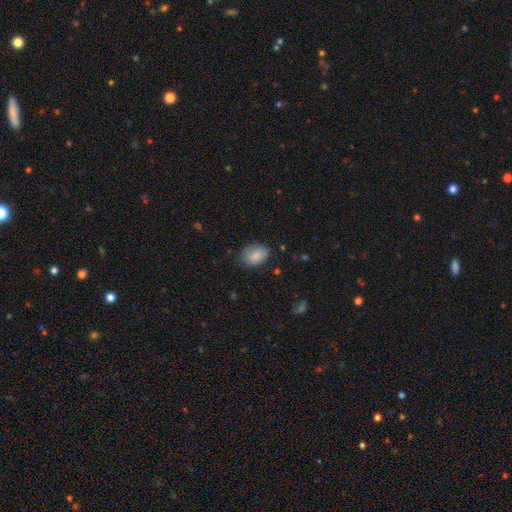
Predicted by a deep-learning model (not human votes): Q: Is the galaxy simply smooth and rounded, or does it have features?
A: smooth — 85%.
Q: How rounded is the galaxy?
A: in between — 78%.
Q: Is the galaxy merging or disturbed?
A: none — 73%.